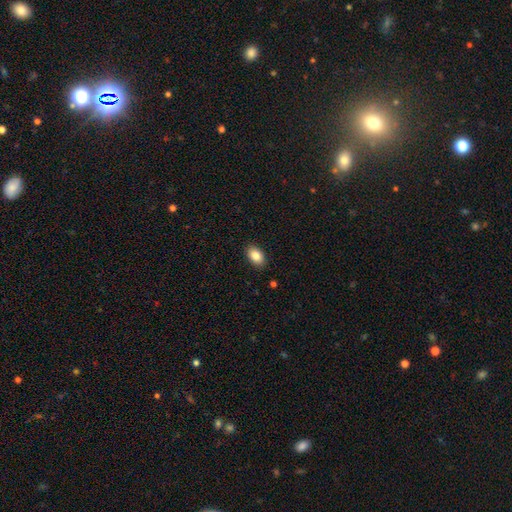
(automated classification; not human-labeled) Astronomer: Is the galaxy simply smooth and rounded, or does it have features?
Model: smooth — 86%.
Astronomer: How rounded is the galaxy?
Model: in between — 90%.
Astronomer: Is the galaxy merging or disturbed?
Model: none — 89%.